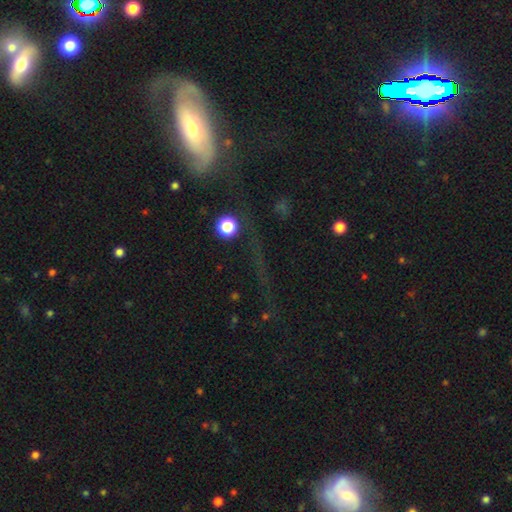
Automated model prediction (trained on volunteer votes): smooth_or_featured: featured or disk (p=0.47) [alt: smooth p=0.27]
merging: none (p=0.50) [alt: major disturbance p=0.24]